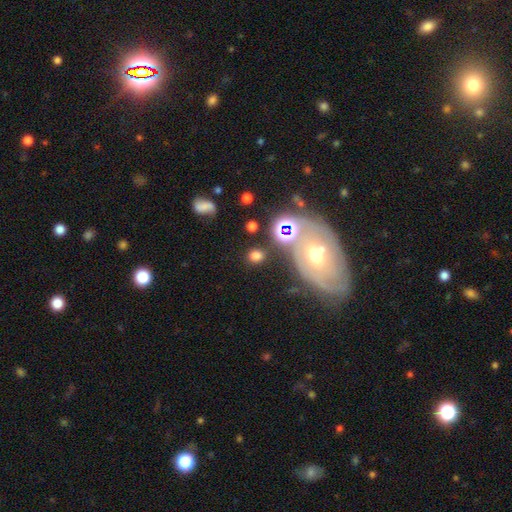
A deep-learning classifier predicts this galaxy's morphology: smooth_or_featured: smooth (p=0.70) [alt: star or artifact p=0.20]
how_rounded: round (p=0.64) [alt: in between p=0.34]
merging: none (p=0.76) [alt: minor disturbance p=0.11]